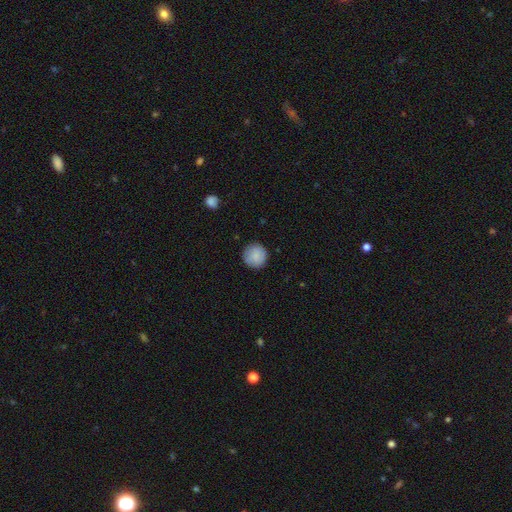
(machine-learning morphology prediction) A smooth galaxy with no disk features (86%) that is round (95%).

Vote fractions:
- Smooth or featured? smooth: 86% / star or artifact: 7% / featured or disk: 6%
- How rounded? round: 95% / in between: 4% / cigar-shaped: 1%
- Merging? none: 88% / minor disturbance: 9% / major disturbance: 2% / merger: 1%